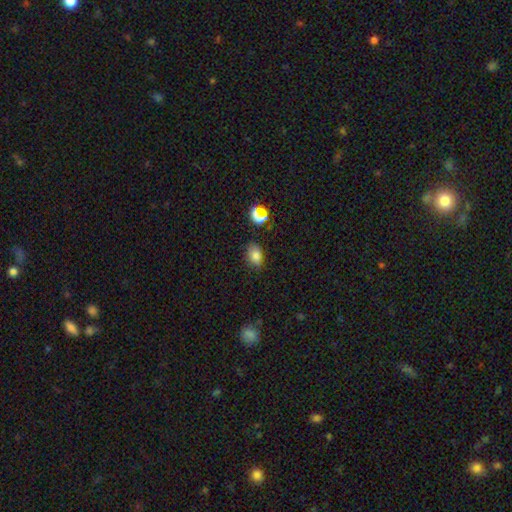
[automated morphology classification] smooth_or_featured: smooth (p=0.78) [alt: star or artifact p=0.15]
how_rounded: in between (p=0.80) [alt: round p=0.19]
merging: none (p=0.78) [alt: minor disturbance p=0.16]